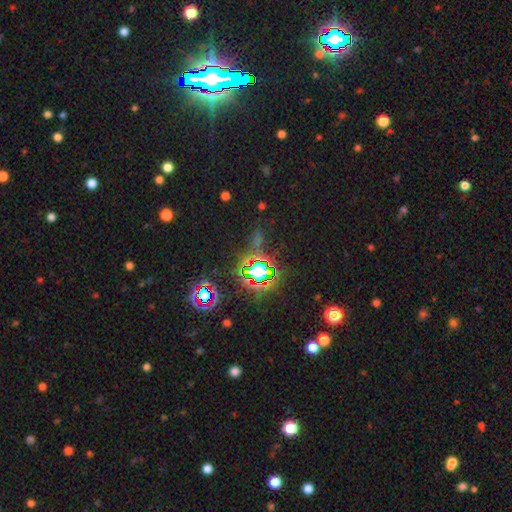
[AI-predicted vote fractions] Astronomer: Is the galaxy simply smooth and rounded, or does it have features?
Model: star or artifact — 81%.